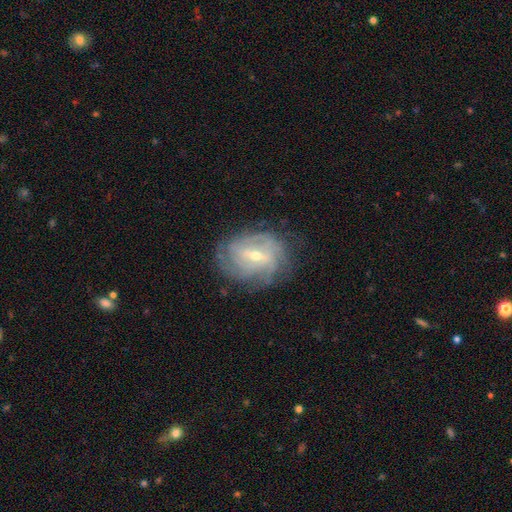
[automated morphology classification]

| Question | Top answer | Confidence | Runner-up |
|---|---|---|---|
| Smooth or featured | featured or disk | 82% | smooth (11%) |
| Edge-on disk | no | 96% | yes (4%) |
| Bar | weak | 53% | no (23%) |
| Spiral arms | yes | 92% | no (8%) |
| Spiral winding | tight | 61% | medium (30%) |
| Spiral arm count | can't tell | 41% | 4 (17%) |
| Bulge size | small | 53% | moderate (44%) |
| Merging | none | 73% | minor disturbance (18%) |